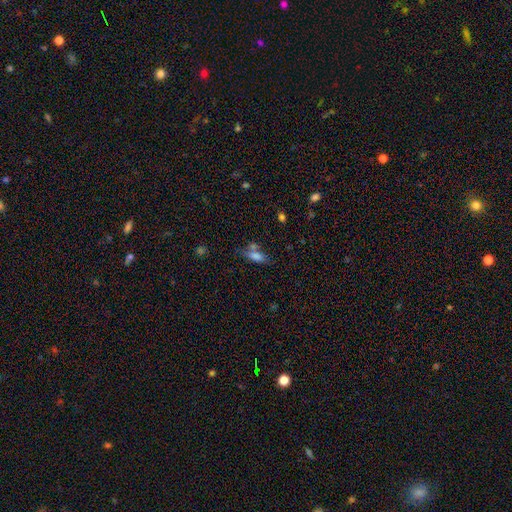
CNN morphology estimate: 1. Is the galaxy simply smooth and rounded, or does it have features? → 75% smooth, 14% featured or disk, 11% star or artifact.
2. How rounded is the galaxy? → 70% in between, 26% cigar-shaped, 4% round.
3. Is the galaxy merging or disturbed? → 47% none, 27% merger, 18% minor disturbance, 8% major disturbance.